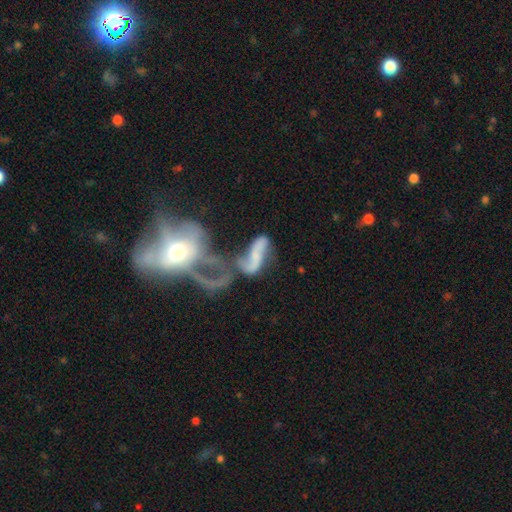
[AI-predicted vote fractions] featured or disk 65%, smooth 26%, star or artifact 9%. Down the decision tree: edge-on disk — no (92%); bar — no (51%); spiral arms — yes (76%); bulge size — none (35%, tied with small); merging — merger (49%).